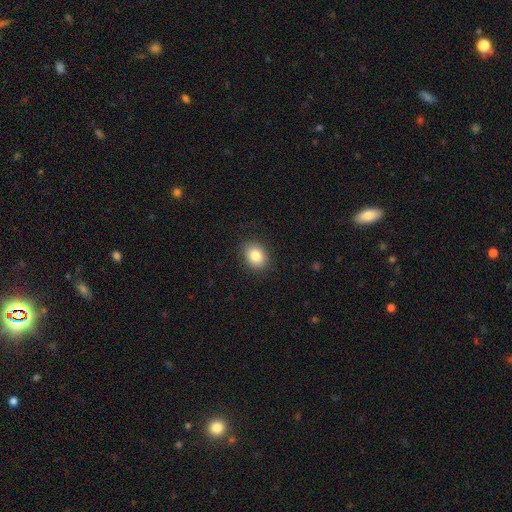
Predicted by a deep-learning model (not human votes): Smooth or featured? smooth (84%)
How rounded? in between (58%)
Merging? none (87%)